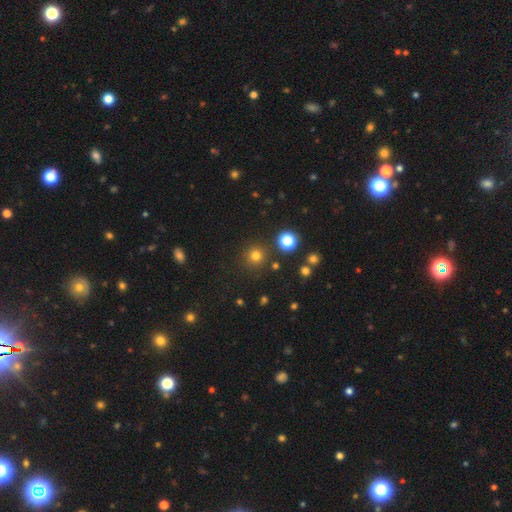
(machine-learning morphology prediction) smooth-or-featured: smooth: 75% | star or artifact: 20% | featured or disk: 6%
  how-rounded: round: 94% | in between: 5% | cigar-shaped: 1%
  merging: none: 87% | minor disturbance: 7% | merger: 3% | major disturbance: 3%